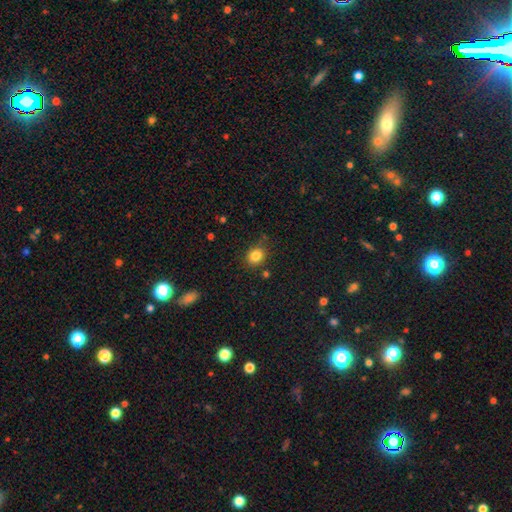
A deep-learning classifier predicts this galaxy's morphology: Smooth or featured? Predicted: smooth (p=0.83). How rounded? Predicted: round (p=0.66). Merging? Predicted: none (p=0.78).